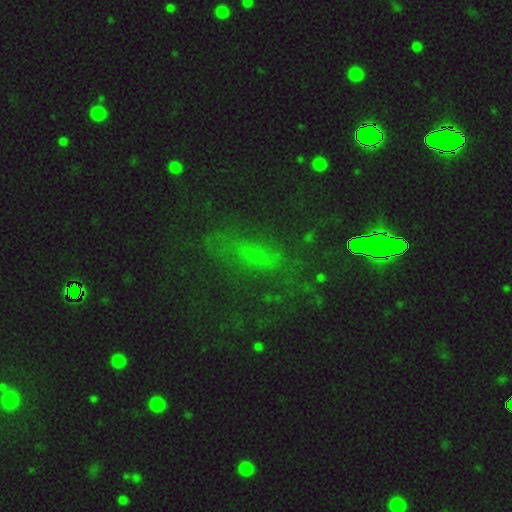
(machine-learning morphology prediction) Overall: star or artifact (40%; smooth 36%).